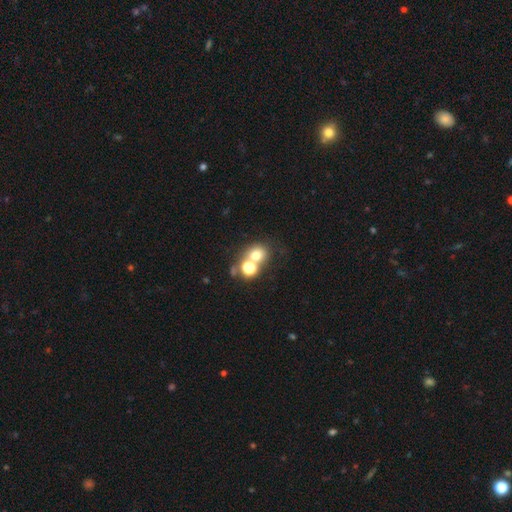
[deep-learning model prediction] smooth 67%, star or artifact 20%, featured or disk 13%. Down the decision tree: how rounded — round (76%); merging — none (48%).